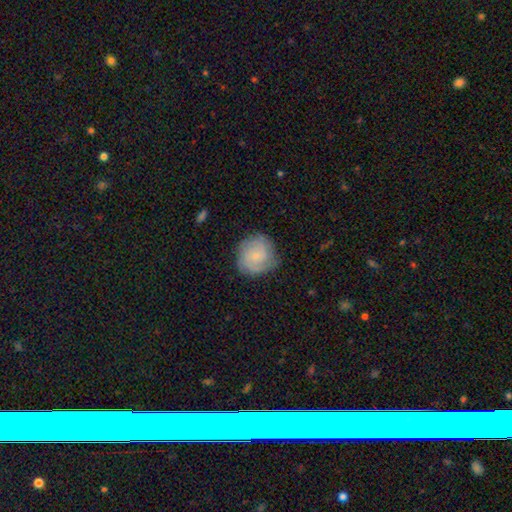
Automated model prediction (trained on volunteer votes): This appears to be a featured or disk galaxy (55%) with no bar (76%), spiral arms (89%) and a small central bulge (79%). Merging: none (77%).